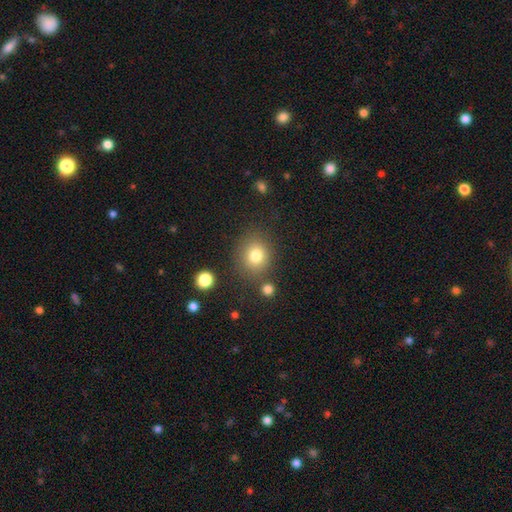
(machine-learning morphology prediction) A smooth galaxy with no disk features (79%) that is round (79%). Merging: none (78%).